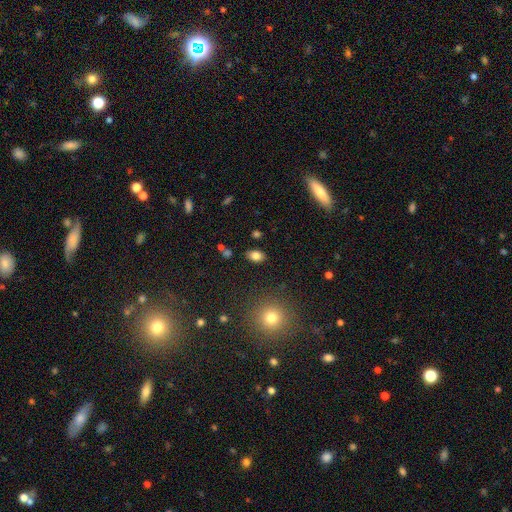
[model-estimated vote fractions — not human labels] smooth_or_featured: smooth (p=0.81) [alt: star or artifact p=0.10]
how_rounded: in between (p=0.85) [alt: round p=0.13]
merging: none (p=0.85) [alt: minor disturbance p=0.10]